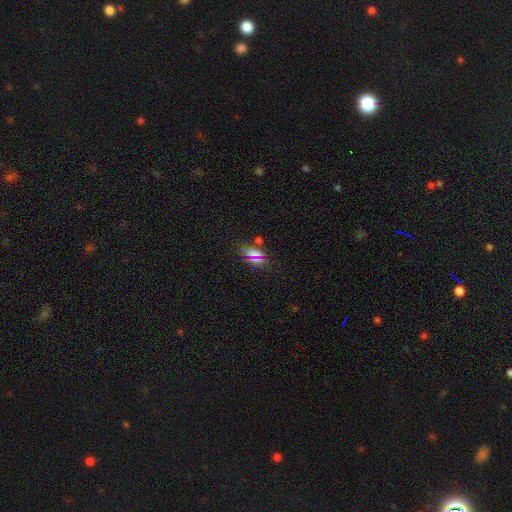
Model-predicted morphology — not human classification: Smooth or featured: smooth — 65% (star or artifact — 25%)
How rounded: in between — 78% (round — 11%)
Merging: none — 76% (minor disturbance — 15%)